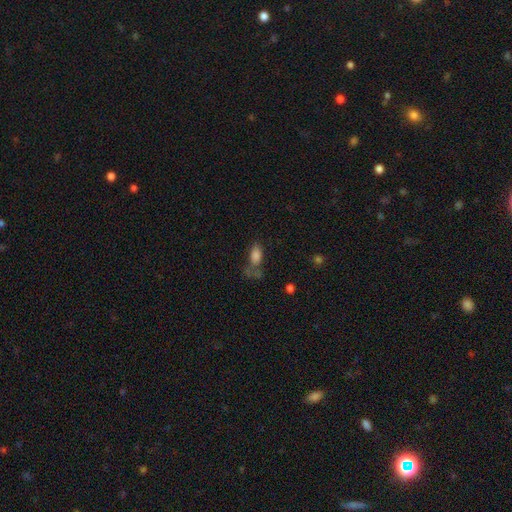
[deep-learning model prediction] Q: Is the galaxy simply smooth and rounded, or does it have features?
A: smooth — 78%.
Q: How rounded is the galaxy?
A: in between — 89%.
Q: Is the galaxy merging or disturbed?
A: none — 39%.